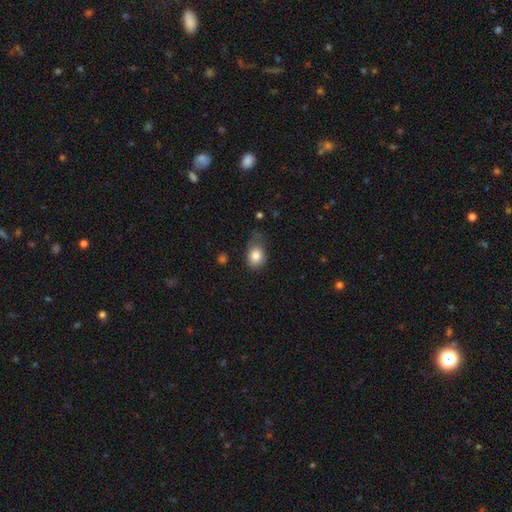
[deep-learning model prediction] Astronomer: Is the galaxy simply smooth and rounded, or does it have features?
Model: smooth — 83%.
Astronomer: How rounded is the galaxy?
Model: in between — 59% (runner-up: round, 40%).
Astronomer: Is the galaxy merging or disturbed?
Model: none — 41% (runner-up: minor disturbance, 39%).